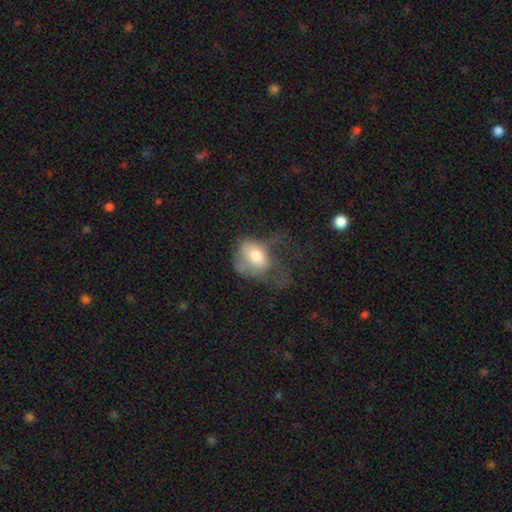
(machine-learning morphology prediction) smooth 62%, featured or disk 29%, star or artifact 8%. Down the decision tree: how rounded — in between (68%); merging — major disturbance (55%).